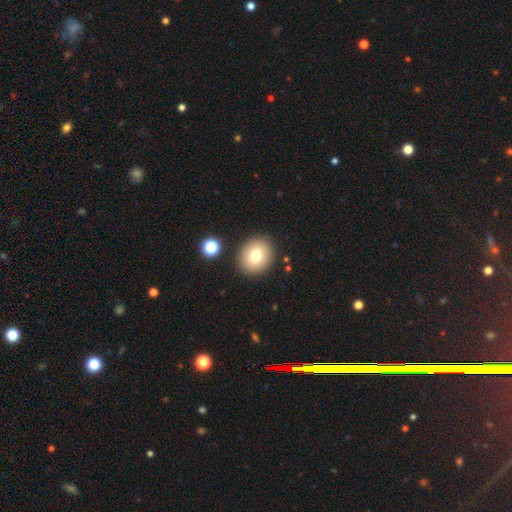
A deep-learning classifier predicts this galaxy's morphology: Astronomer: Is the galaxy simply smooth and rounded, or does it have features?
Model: smooth — 76%.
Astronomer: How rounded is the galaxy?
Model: round — 70%.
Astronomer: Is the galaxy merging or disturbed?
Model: none — 87%.